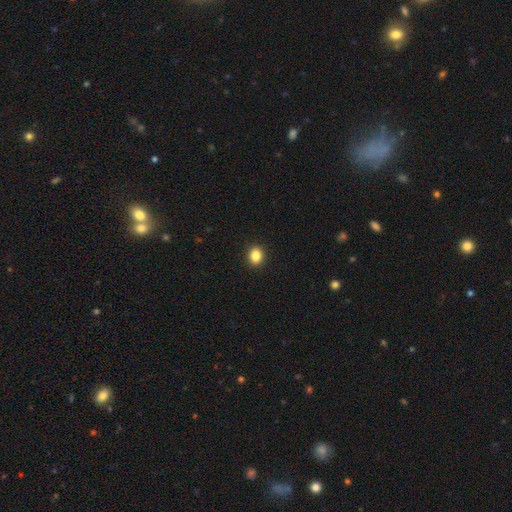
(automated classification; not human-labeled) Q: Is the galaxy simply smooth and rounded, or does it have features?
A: smooth — 86%.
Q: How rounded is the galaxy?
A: round — 57%.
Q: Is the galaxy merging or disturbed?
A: none — 92%.